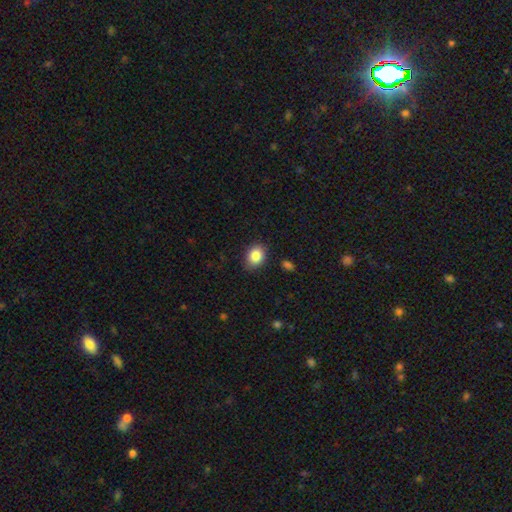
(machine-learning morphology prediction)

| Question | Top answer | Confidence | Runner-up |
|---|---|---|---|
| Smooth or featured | smooth | 85% | star or artifact (8%) |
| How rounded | in between | 57% | round (42%) |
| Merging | none | 85% | minor disturbance (11%) |